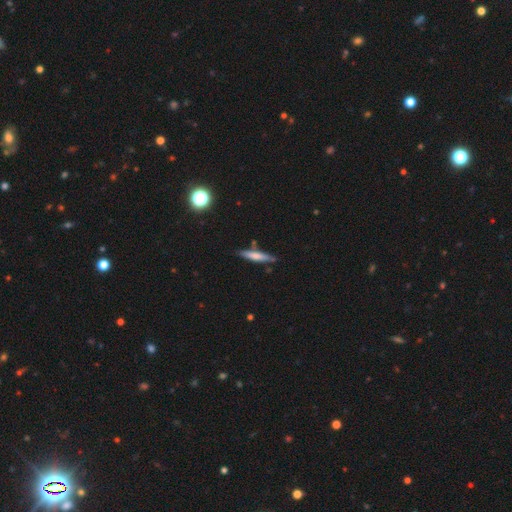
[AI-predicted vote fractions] A smooth galaxy with no disk features (61%) that is cigar-shaped (89%). Merging: none (81%).